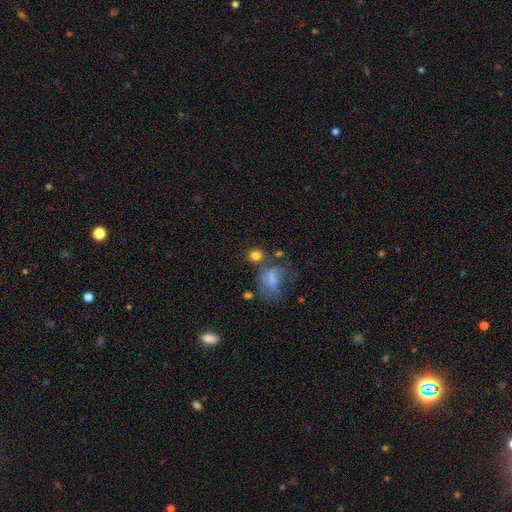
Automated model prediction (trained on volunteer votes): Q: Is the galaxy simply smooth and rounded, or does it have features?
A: smooth — 77%.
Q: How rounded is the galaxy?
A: round — 81%.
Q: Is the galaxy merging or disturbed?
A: none — 60%.